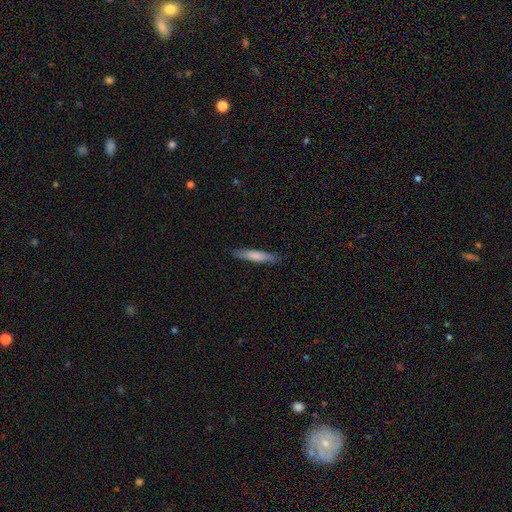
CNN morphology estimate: smooth_or_featured: smooth (p=0.75) [alt: featured or disk p=0.19]
how_rounded: cigar-shaped (p=0.89) [alt: in between p=0.10]
merging: none (p=0.87) [alt: minor disturbance p=0.10]